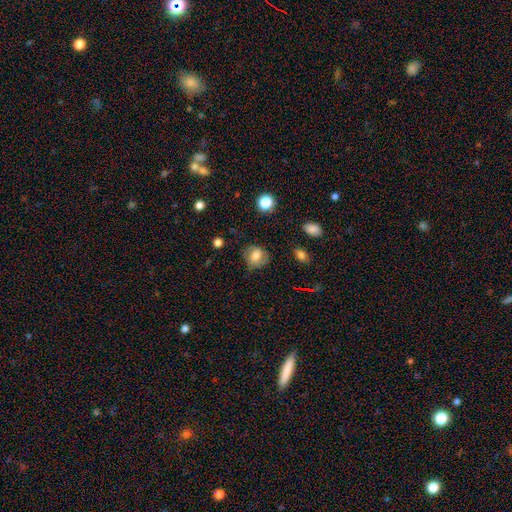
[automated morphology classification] smooth_or_featured: smooth (p=0.69) [alt: featured or disk p=0.20]
how_rounded: round (p=0.68) [alt: in between p=0.31]
merging: none (p=0.74) [alt: minor disturbance p=0.18]